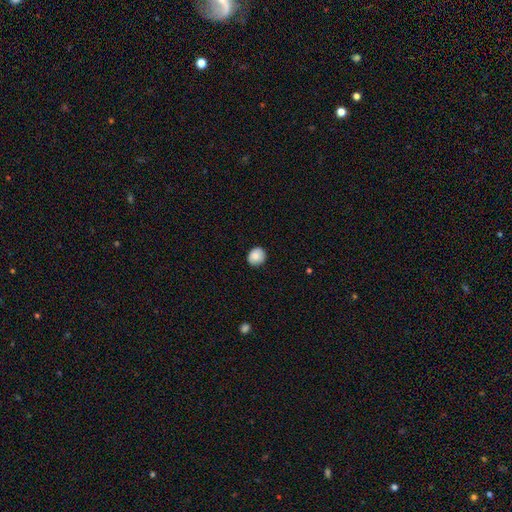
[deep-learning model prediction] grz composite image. It shows a smooth galaxy with no disk features (84%) that is round (80%). Merging: none (86%).